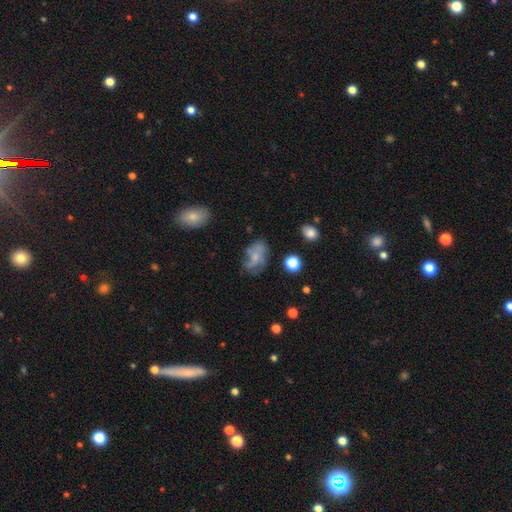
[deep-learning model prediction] A smooth galaxy with no disk features (47%).

Vote fractions:
- Smooth or featured? smooth: 47% / featured or disk: 42% / star or artifact: 11%
- Merging? none: 46% / minor disturbance: 28% / major disturbance: 20% / merger: 6%